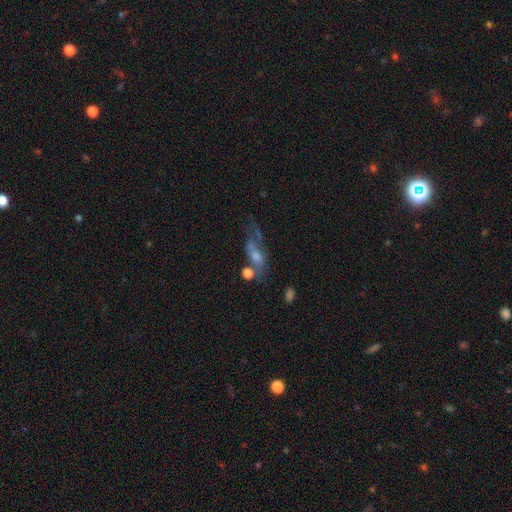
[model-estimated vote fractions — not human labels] Morphology: type=featured or disk (49%); merging=none (35%).